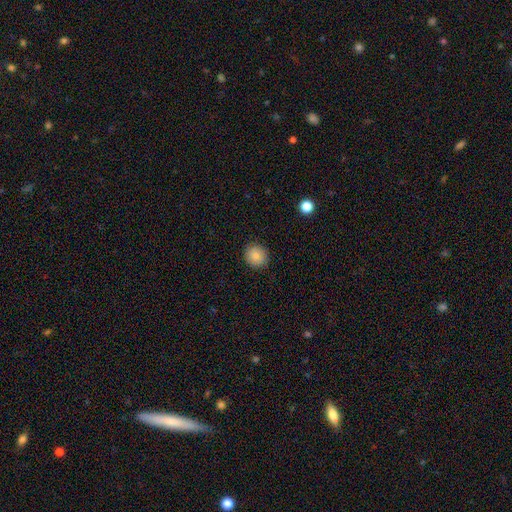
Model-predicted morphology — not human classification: This is clearly a smooth galaxy (85%). How rounded: clearly round (84%). Merging: clearly none (91%).